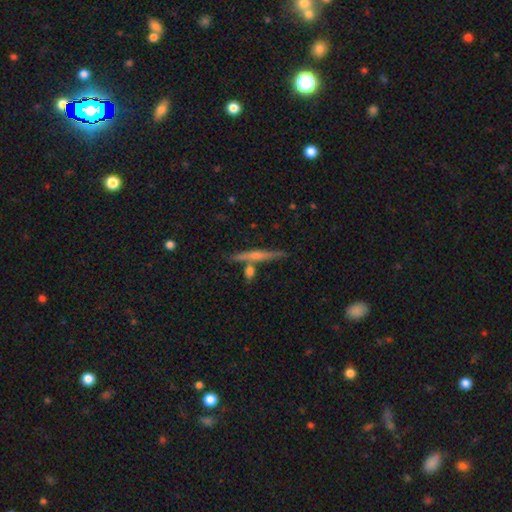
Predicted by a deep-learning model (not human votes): The model was most divided on "smooth or featured": featured or disk: 70%, smooth: 22%, star or artifact: 7%. More confident: edge-on disk — yes (97%); merging — none (80%); edge-on bulge — rounded (77%).